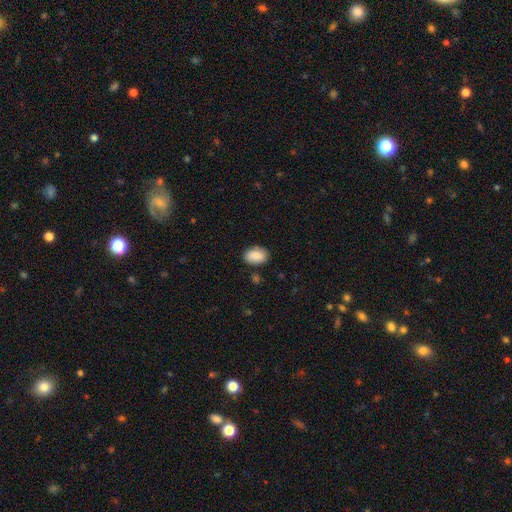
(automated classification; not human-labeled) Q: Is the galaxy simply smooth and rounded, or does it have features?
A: smooth — 87%.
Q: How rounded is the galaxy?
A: in between — 86%.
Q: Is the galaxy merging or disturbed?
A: none — 81%.